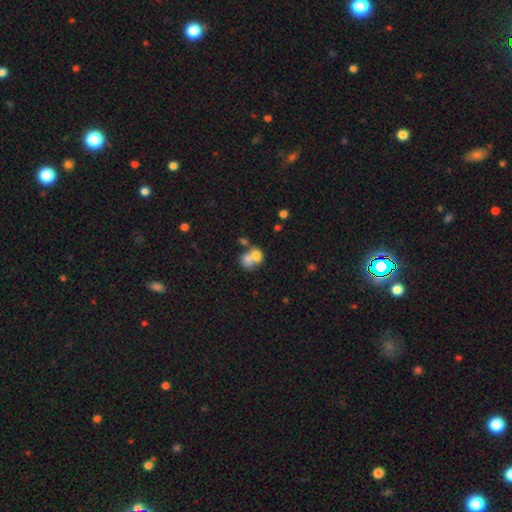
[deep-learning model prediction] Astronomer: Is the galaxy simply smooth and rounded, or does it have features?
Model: smooth — 69%.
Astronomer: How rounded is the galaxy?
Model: in between — 51% (runner-up: round, 48%).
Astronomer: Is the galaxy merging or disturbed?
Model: merger — 68%.